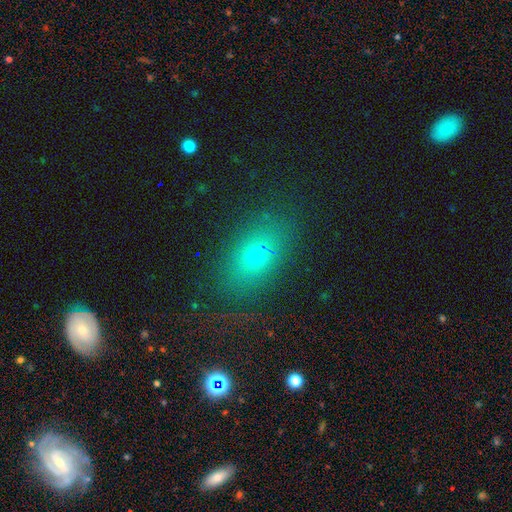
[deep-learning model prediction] A smooth galaxy with no disk features (61%) that is in between round and cigar-shaped (70%). Merging: none (78%).